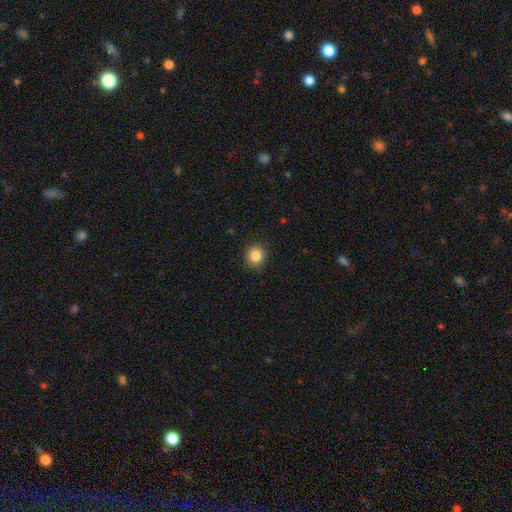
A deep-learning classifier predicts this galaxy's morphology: This appears to be a smooth galaxy with no disk features (84%) that is round (87%). Merging: none (90%).